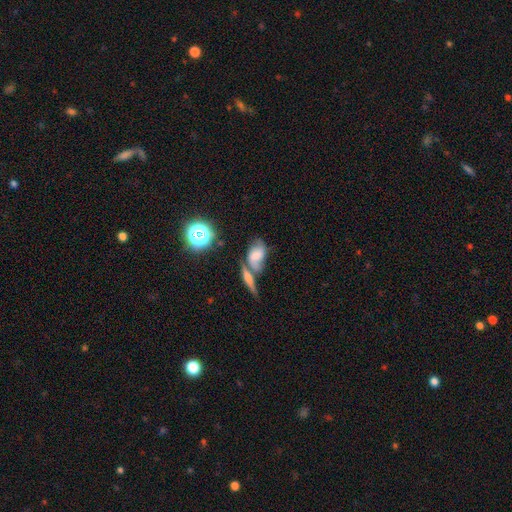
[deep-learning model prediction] Smooth or featured? featured or disk (46%)
Merging? merger (44%)